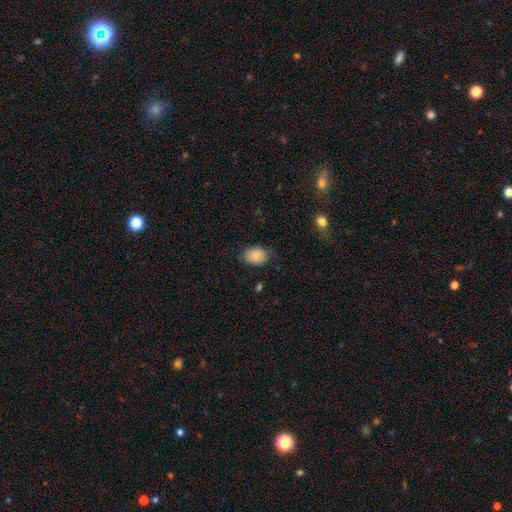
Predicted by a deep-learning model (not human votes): A smooth galaxy with no disk features (87%) that is in between round and cigar-shaped (73%).

Vote fractions:
- Smooth or featured? smooth: 87% / star or artifact: 8% / featured or disk: 5%
- How rounded? in between: 73% / round: 26% / cigar-shaped: 1%
- Merging? none: 79% / minor disturbance: 16% / major disturbance: 4% / merger: 1%